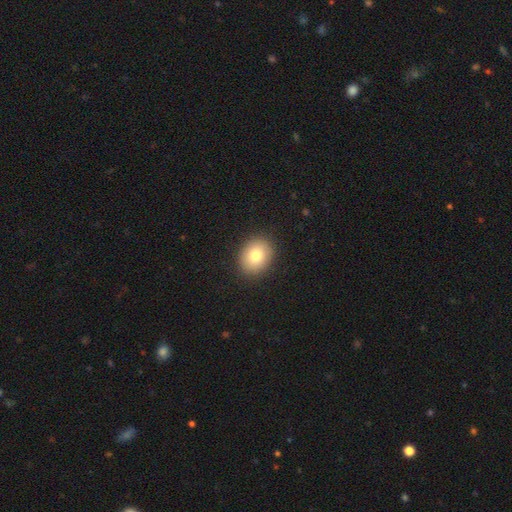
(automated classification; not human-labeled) Smooth or featured? smooth (79%)
How rounded? round (57%)
Merging? none (90%)